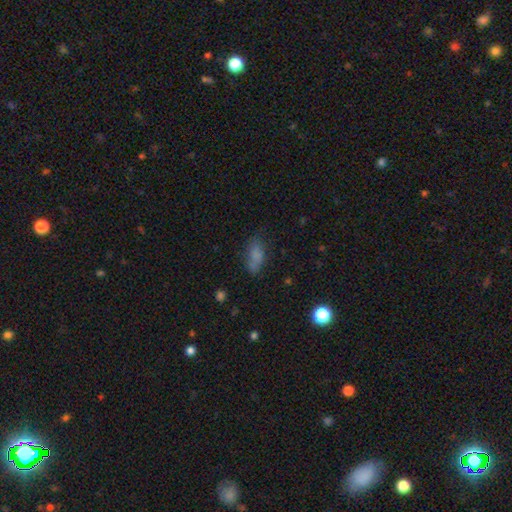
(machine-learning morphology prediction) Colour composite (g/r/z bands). It shows a smooth galaxy with no disk features (77%) that is in between round and cigar-shaped (79%). Merging: none (60%).